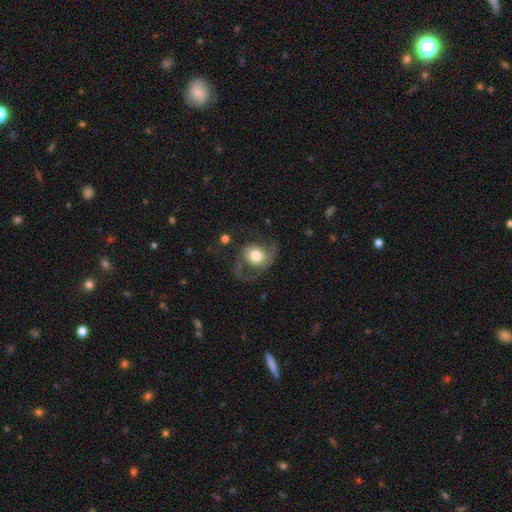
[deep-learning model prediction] Smooth or featured? Predicted: featured or disk (p=0.49). Merging? Predicted: none (p=0.40).